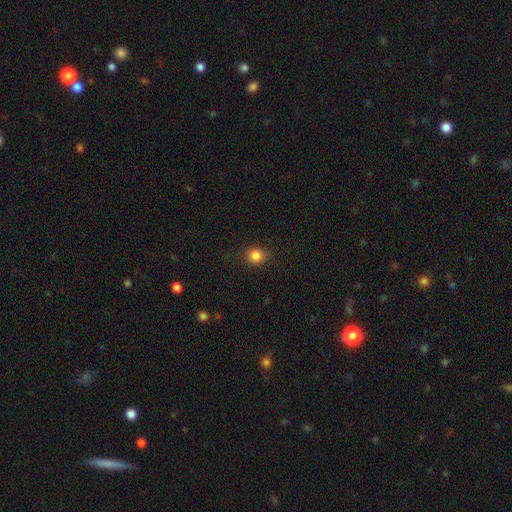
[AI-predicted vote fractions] Morphology: type=smooth (84%); roundness=round (87%); merging=none (89%).